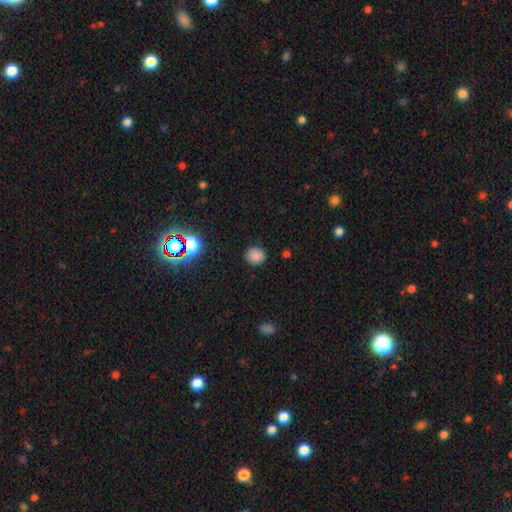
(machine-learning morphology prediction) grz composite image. It shows a smooth galaxy with no disk features (82%) that is round (79%). Merging: none (86%).